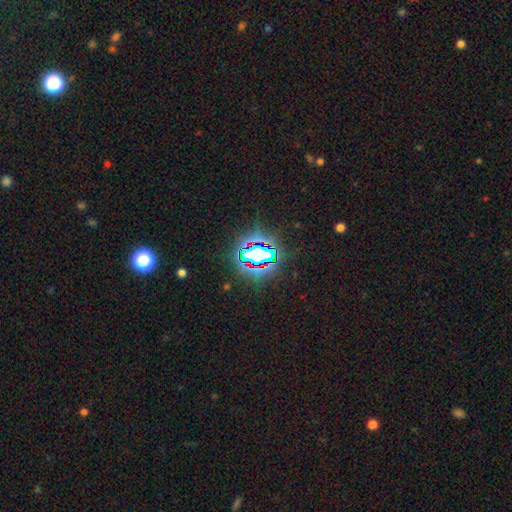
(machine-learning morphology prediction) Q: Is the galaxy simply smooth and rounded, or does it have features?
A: star or artifact — 82%.